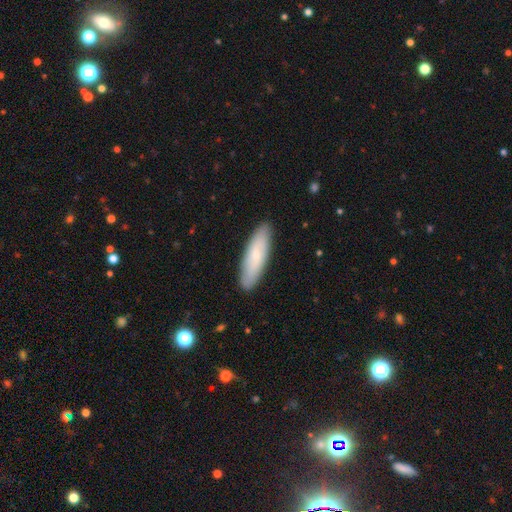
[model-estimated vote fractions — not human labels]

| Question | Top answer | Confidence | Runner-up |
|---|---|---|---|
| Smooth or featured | smooth | 67% | featured or disk (27%) |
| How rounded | cigar-shaped | 59% | in between (39%) |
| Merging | none | 88% | minor disturbance (9%) |